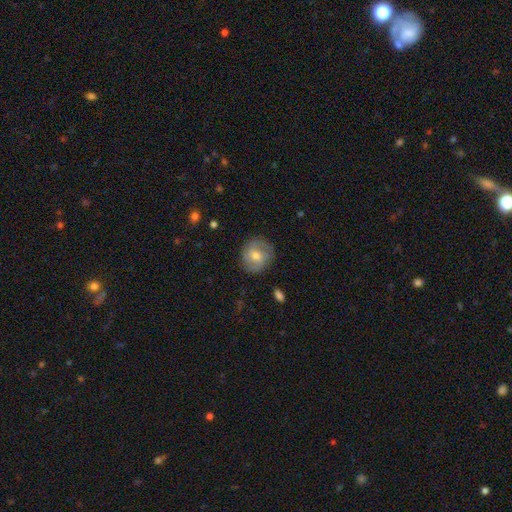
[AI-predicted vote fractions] Smooth or featured: smooth — 53% (featured or disk — 40%)
How rounded: round — 84% (in between — 15%)
Merging: none — 81% (minor disturbance — 13%)